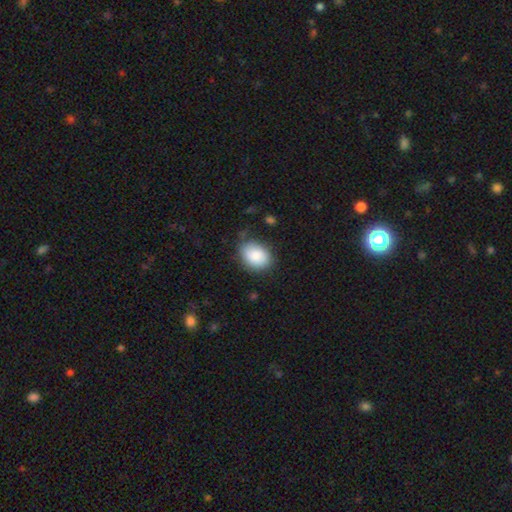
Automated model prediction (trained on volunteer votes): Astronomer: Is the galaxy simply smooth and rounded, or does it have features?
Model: smooth — 85%.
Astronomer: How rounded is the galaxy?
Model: in between — 63%.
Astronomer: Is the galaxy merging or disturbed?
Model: none — 70%.